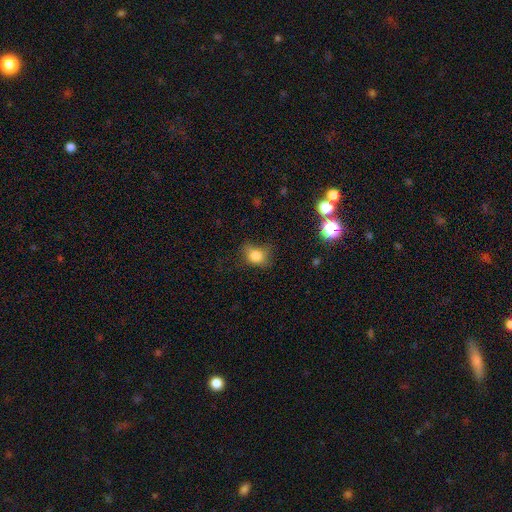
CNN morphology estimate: smooth-or-featured: smooth: 79% | star or artifact: 12% | featured or disk: 9%
  how-rounded: in between: 54% | round: 45% | cigar-shaped: 1%
  merging: none: 56% | minor disturbance: 29% | major disturbance: 13% | merger: 2%